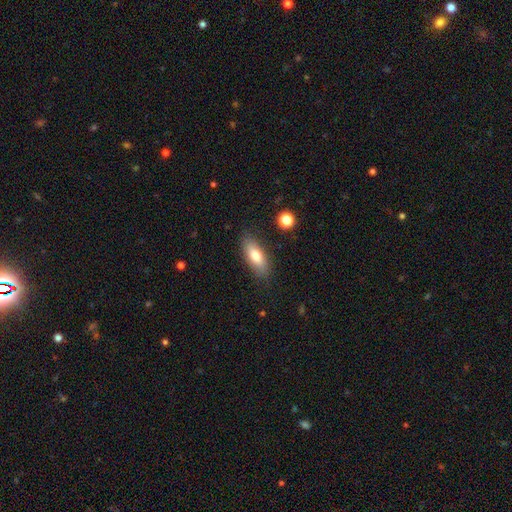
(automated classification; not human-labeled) Overall: smooth (74%). How rounded: in between (74%). Merging: none (83%).